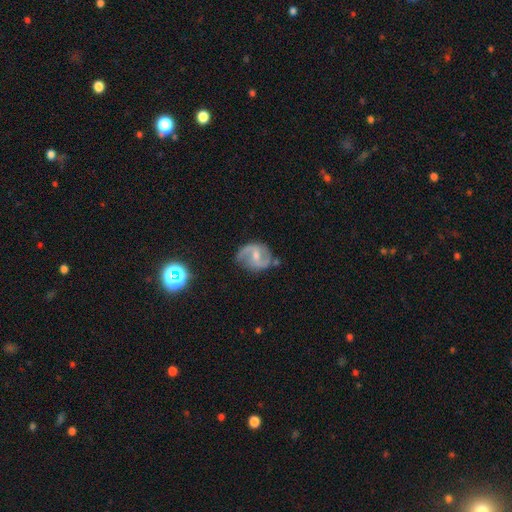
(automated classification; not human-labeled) The model was most divided on "bulge size": moderate: 48%, small: 44%, none: 5%, large: 2%, dominant: 1%. Remaining: edge-on disk — no (97%); spiral arms — yes (92%); spiral arm count — 2 (87%); smooth or featured — featured or disk (80%); merging — none (68%); bar — weak (53%); spiral winding — medium (49%).